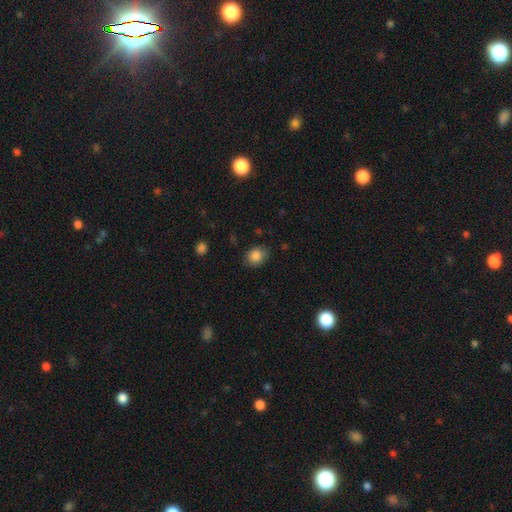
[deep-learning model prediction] smooth-or-featured: smooth: 86% | star or artifact: 9% | featured or disk: 5%
  how-rounded: round: 53% | in between: 46% | cigar-shaped: 1%
  merging: none: 79% | minor disturbance: 16% | major disturbance: 4% | merger: 1%